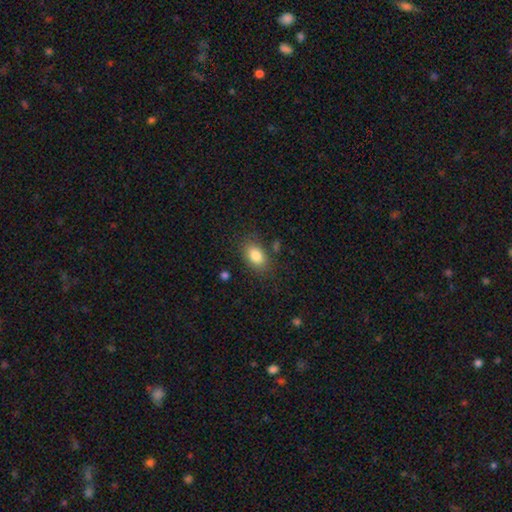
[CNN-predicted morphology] This appears to be a smooth galaxy with no disk features (84%) that is in between round and cigar-shaped (86%). Merging: none (79%).